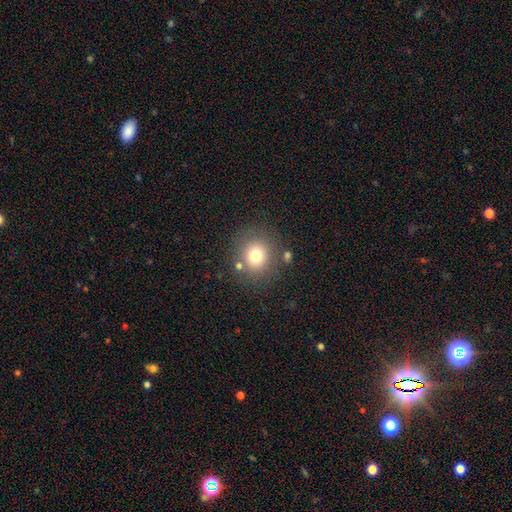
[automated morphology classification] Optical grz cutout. It shows a smooth galaxy with no disk features (76%) that is round (82%). Merging: none (79%).